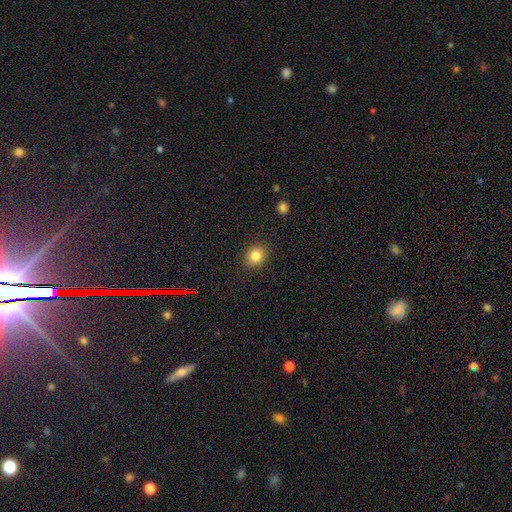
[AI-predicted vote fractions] Smooth or featured: smooth — 84% (star or artifact — 11%)
How rounded: round — 72% (in between — 27%)
Merging: none — 89% (minor disturbance — 7%)